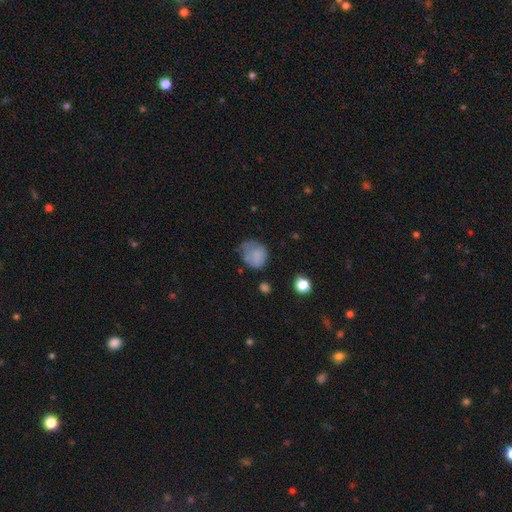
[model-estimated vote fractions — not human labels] smooth-or-featured: smooth: 75% | featured or disk: 15% | star or artifact: 10%
  how-rounded: round: 64% | in between: 35% | cigar-shaped: 1%
  merging: none: 45% | minor disturbance: 34% | major disturbance: 19% | merger: 3%